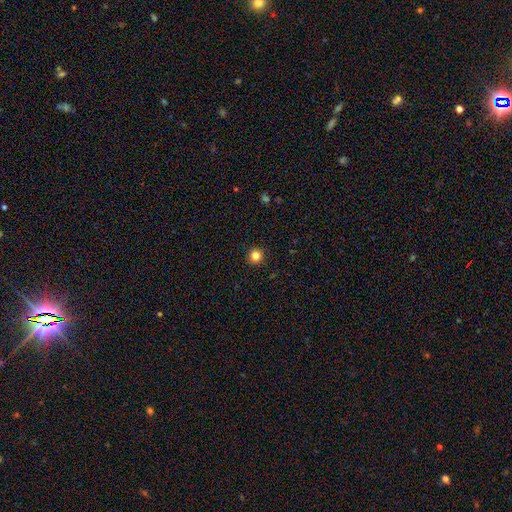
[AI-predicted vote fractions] The model was most divided on "smooth or featured": smooth: 83%, star or artifact: 12%, featured or disk: 5%. More confident: how rounded — round (95%); merging — none (93%).